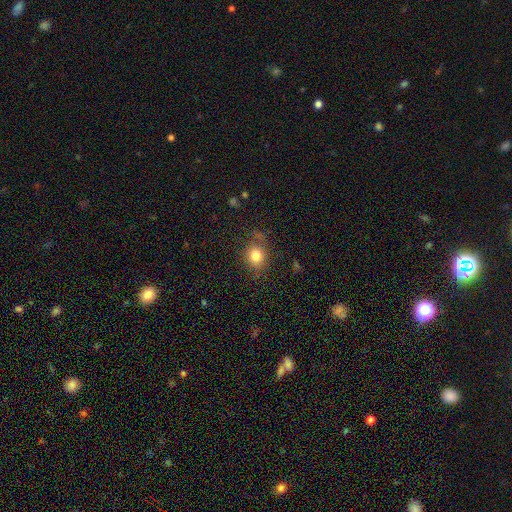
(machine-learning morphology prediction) Smooth or featured?
  - smooth: 81% *
  - star or artifact: 12%
  - featured or disk: 8%
How rounded?
  - round: 72% *
  - in between: 27%
  - cigar-shaped: 1%
Merging?
  - none: 76% *
  - minor disturbance: 16%
  - major disturbance: 5%
  - merger: 3%